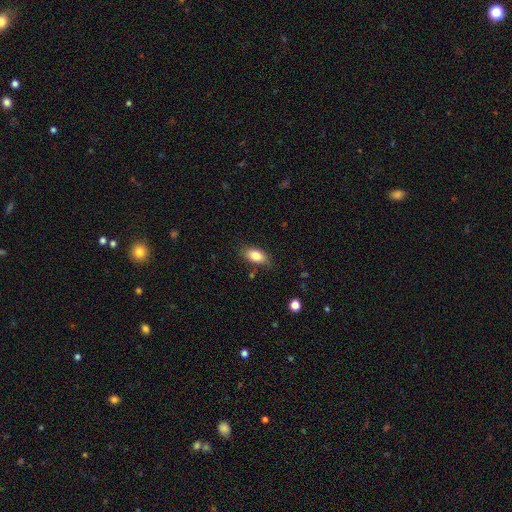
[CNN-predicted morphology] A smooth galaxy with no disk features (83%) that is in between round and cigar-shaped (89%).

Vote fractions:
- Smooth or featured? smooth: 83% / featured or disk: 10% / star or artifact: 8%
- How rounded? in between: 89% / cigar-shaped: 5% / round: 5%
- Merging? none: 79% / minor disturbance: 16% / major disturbance: 3% / merger: 2%